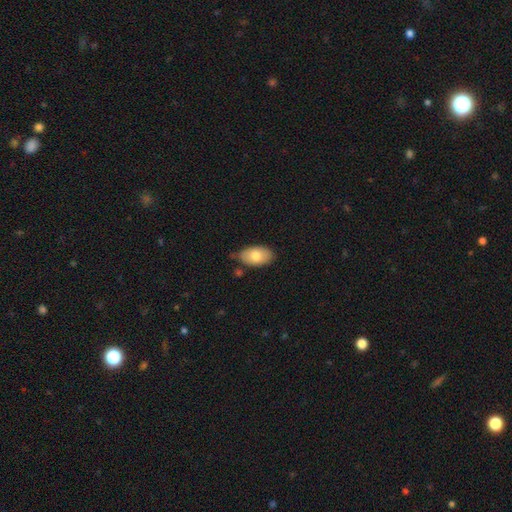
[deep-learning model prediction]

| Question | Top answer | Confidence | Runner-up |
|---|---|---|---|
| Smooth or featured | smooth | 77% | featured or disk (17%) |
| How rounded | in between | 93% | round (5%) |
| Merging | none | 71% | minor disturbance (21%) |